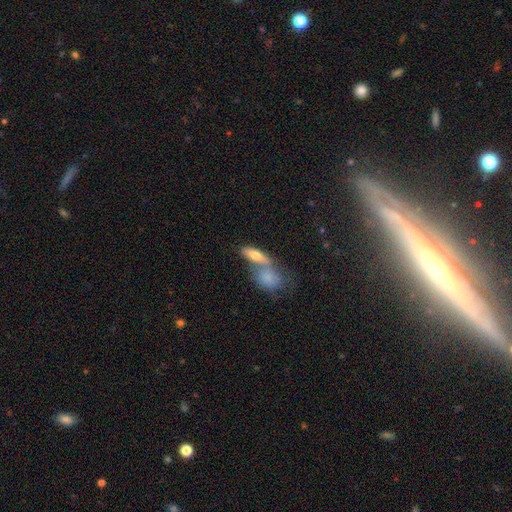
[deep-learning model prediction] Overall: smooth (68%). How rounded: in between (63%; cigar-shaped 31%). Merging: merger (52%; none 32%).